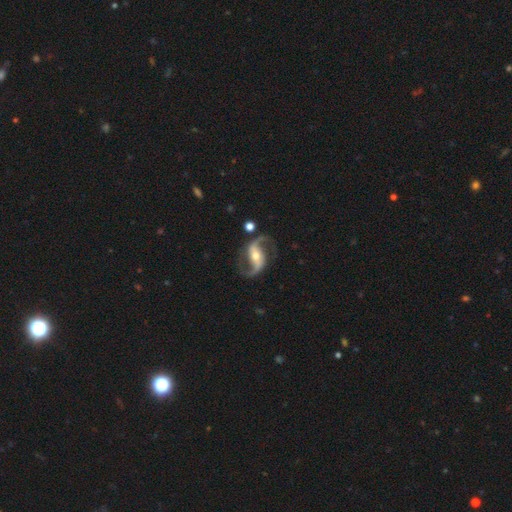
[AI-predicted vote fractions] A featured or disk galaxy (92%) with a strong bar (48%), 2 (94%) loose (53%) spiral arms (98%) and a moderate central bulge (58%). Merging: none (81%).